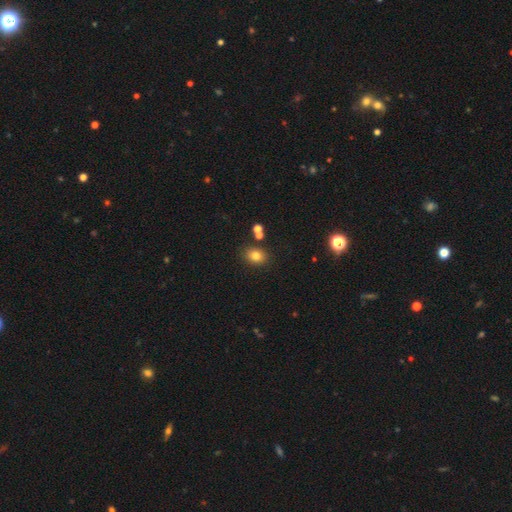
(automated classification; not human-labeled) This appears to be a smooth galaxy with no disk features (78%) that is round (51%). Merging: none (80%).